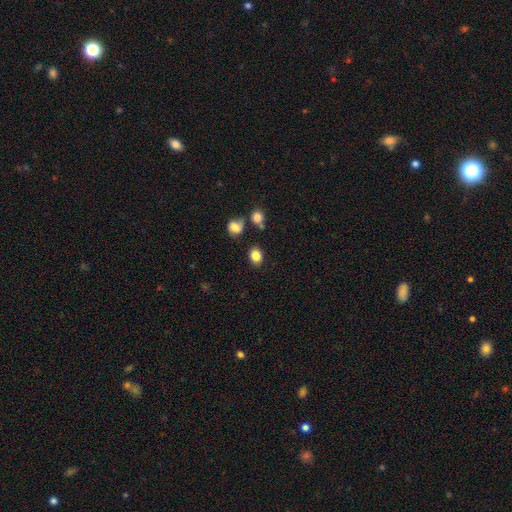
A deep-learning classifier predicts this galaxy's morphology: This is clearly a smooth galaxy (85%). How rounded: possibly in between (53%). Merging: clearly none (81%).